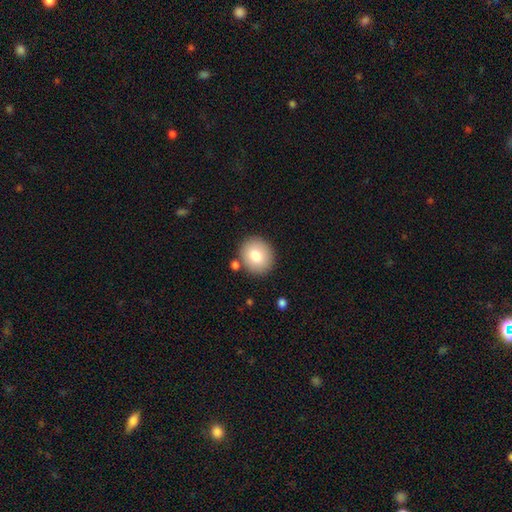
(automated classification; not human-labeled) A smooth galaxy with no disk features (79%) that is round (78%).

Vote fractions:
- Smooth or featured? smooth: 79% / featured or disk: 12% / star or artifact: 9%
- How rounded? round: 78% / in between: 21% / cigar-shaped: 1%
- Merging? none: 84% / minor disturbance: 9% / merger: 5% / major disturbance: 3%